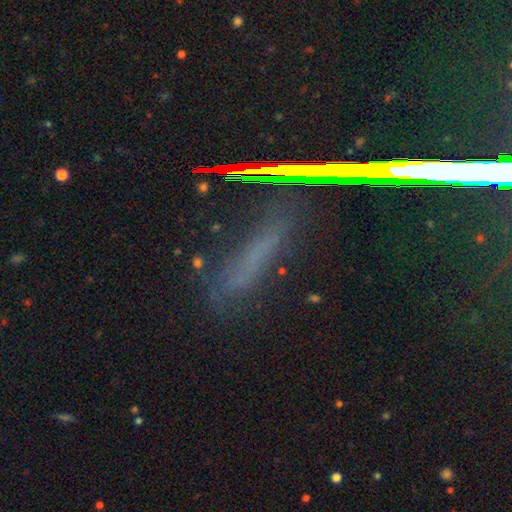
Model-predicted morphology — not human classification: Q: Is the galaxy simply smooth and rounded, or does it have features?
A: smooth — 37%.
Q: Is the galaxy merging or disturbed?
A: none — 65%.